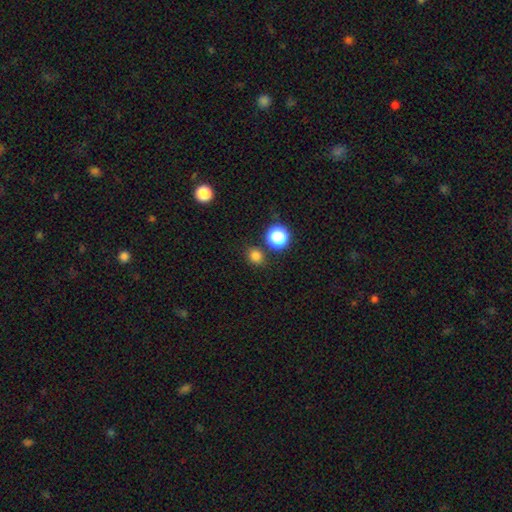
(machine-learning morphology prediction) A smooth galaxy with no disk features (79%) that is round (78%).

Vote fractions:
- Smooth or featured? smooth: 79% / star or artifact: 17% / featured or disk: 4%
- How rounded? round: 78% / in between: 21% / cigar-shaped: 1%
- Merging? none: 81% / minor disturbance: 9% / merger: 7% / major disturbance: 3%